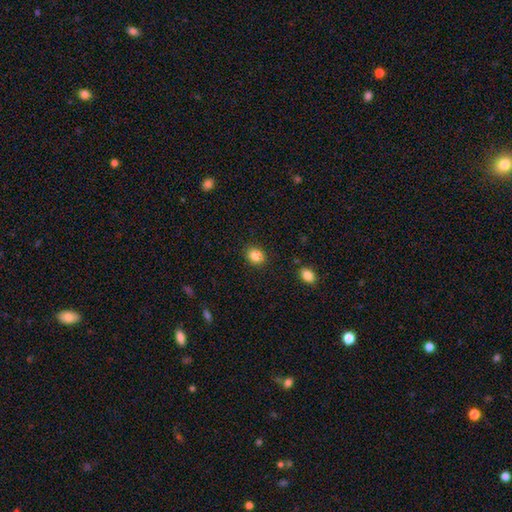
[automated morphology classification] Smooth or featured? Predicted: smooth (p=0.85). How rounded? Predicted: round (p=0.65). Merging? Predicted: none (p=0.78).